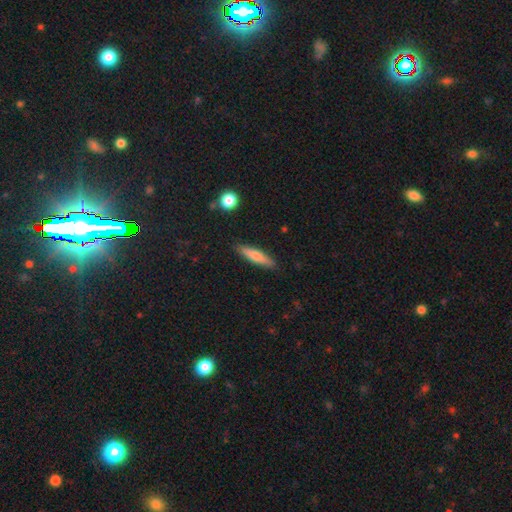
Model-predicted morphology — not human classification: Q: Smooth or featured?
A: smooth (64%); runner-up: featured or disk (30%)
Q: How rounded?
A: cigar-shaped (84%); runner-up: in between (14%)
Q: Merging?
A: none (89%); runner-up: minor disturbance (8%)